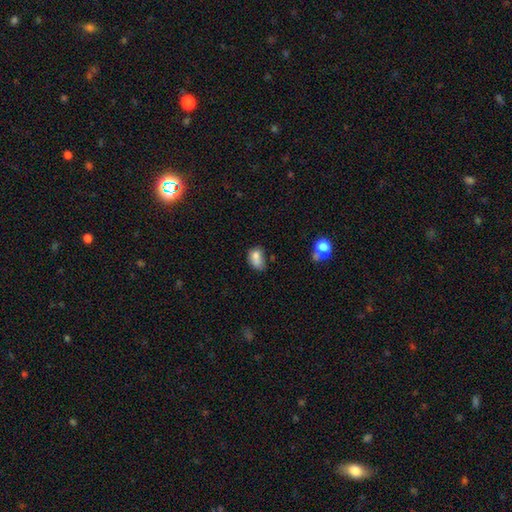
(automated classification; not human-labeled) Overall: smooth (76%). How rounded: in between (78%). Merging: none (35%; minor disturbance 34%).